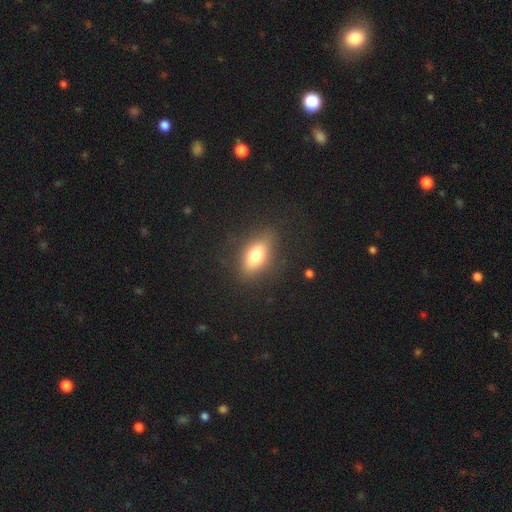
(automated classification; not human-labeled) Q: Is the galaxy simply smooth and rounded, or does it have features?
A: smooth — 69%.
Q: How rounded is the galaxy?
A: in between — 78%.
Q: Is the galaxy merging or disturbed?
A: none — 83%.